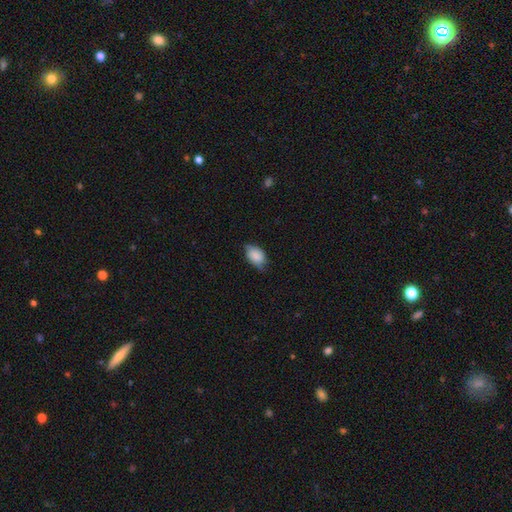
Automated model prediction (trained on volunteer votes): Smooth or featured? Predicted: smooth (p=0.81). How rounded? Predicted: in between (p=0.86). Merging? Predicted: none (p=0.62).